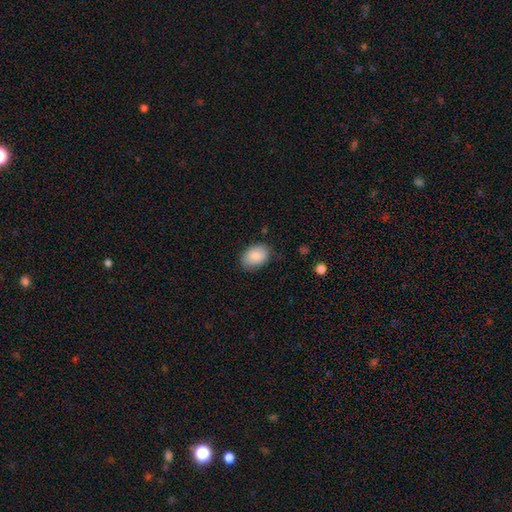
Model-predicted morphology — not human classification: Overall: smooth (87%). How rounded: in between (80%). Merging: none (79%).